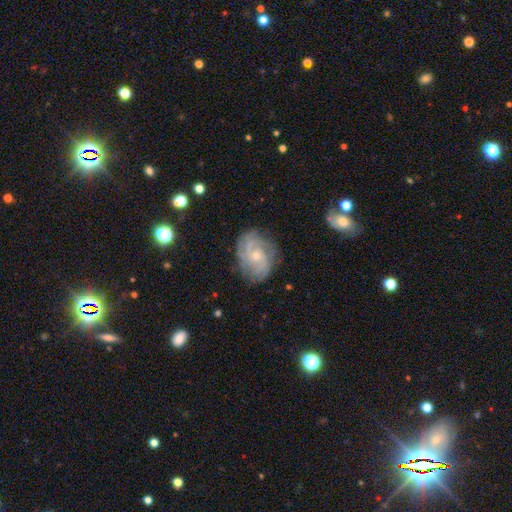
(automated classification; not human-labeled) Smooth or featured? featured or disk (78%)
Edge-on disk? no (97%)
Bar? no (72%)
Spiral arms? yes (92%)
Spiral winding? tight (55%)
Spiral arm count? can't tell (37%)
Bulge size? small (65%)
Merging? none (74%)